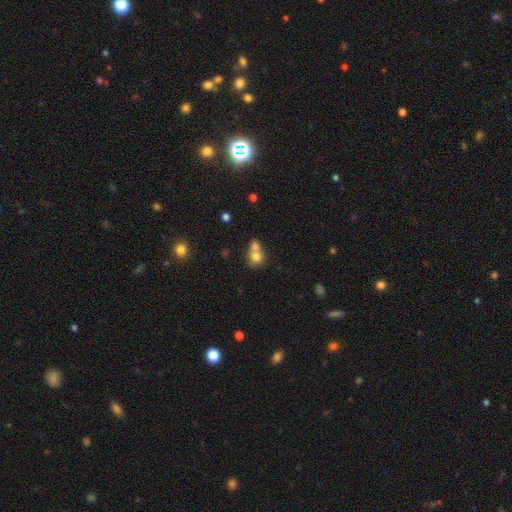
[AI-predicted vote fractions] Smooth or featured?
  - smooth: 74% *
  - featured or disk: 15%
  - star or artifact: 10%
How rounded?
  - round: 68% *
  - in between: 30%
  - cigar-shaped: 1%
Merging?
  - merger: 64% *
  - none: 26%
  - minor disturbance: 7%
  - major disturbance: 3%